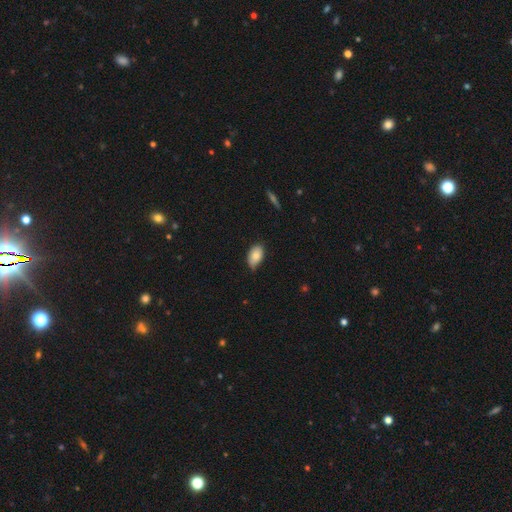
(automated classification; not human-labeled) The model was most divided on "merging": none: 66%, minor disturbance: 29%, major disturbance: 4%, merger: 1%. More confident: how rounded — in between (92%); smooth or featured — smooth (83%).